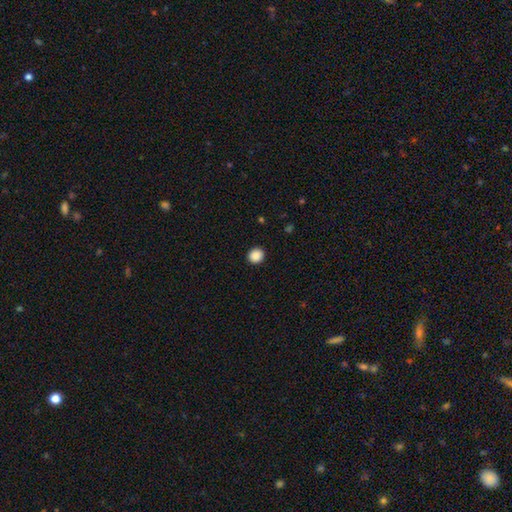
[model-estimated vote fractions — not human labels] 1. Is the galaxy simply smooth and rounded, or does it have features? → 89% smooth, 9% star or artifact, 2% featured or disk.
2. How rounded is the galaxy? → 88% round, 11% in between, 1% cigar-shaped.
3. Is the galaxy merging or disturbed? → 92% none, 5% minor disturbance, 2% major disturbance, 1% merger.